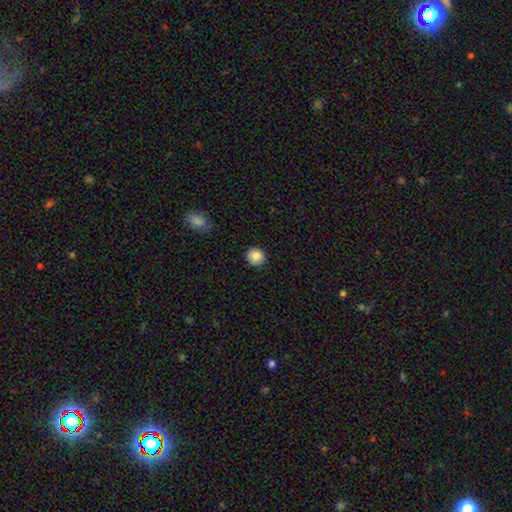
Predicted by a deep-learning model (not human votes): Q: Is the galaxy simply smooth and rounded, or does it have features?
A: smooth — 85%.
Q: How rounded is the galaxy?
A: round — 90%.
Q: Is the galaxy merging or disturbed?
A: none — 91%.